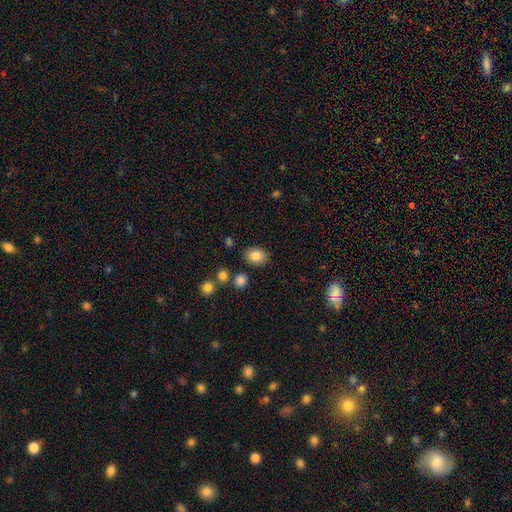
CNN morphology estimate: This is clearly a smooth galaxy (84%). How rounded: possibly in between (58%). Merging: clearly none (83%).